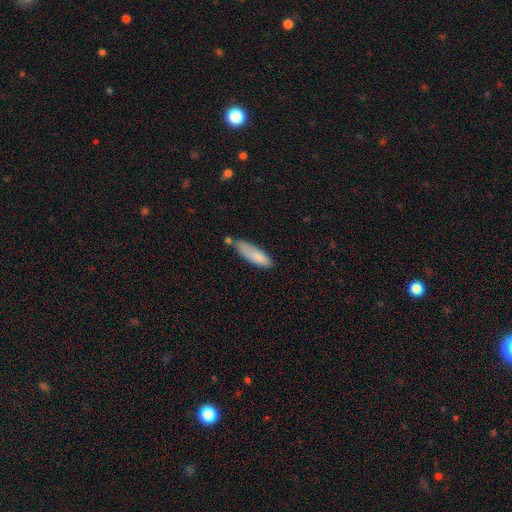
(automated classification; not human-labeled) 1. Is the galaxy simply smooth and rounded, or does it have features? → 81% smooth, 12% featured or disk, 7% star or artifact.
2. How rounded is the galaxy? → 57% cigar-shaped, 41% in between, 2% round.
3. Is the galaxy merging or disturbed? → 54% none, 29% minor disturbance, 10% merger, 8% major disturbance.